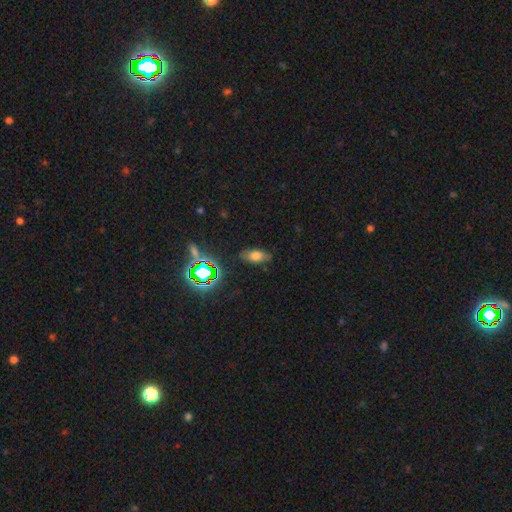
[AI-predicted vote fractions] Morphology: type=smooth (64%); roundness=in between (85%); merging=none (81%).